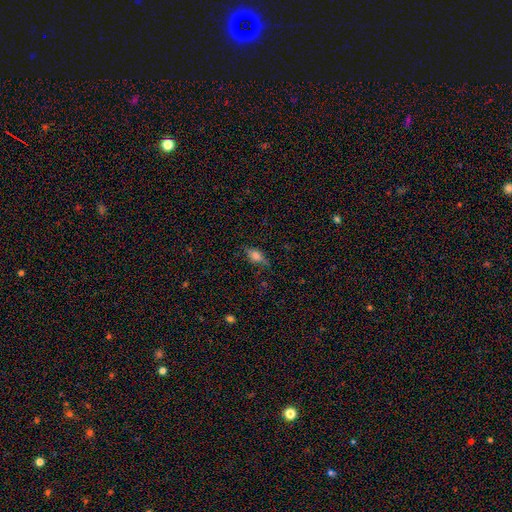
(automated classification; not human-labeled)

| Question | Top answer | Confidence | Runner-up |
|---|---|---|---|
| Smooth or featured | smooth | 60% | featured or disk (29%) |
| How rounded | in between | 76% | cigar-shaped (17%) |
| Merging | none | 71% | minor disturbance (22%) |